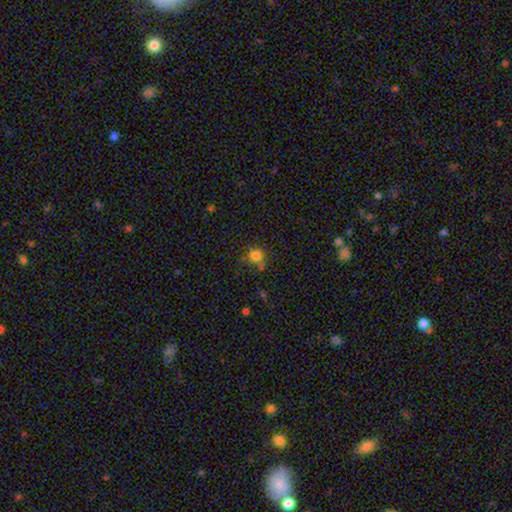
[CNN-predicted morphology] This appears to be a smooth galaxy with no disk features (76%) that is round (87%). Merging: none (65%).